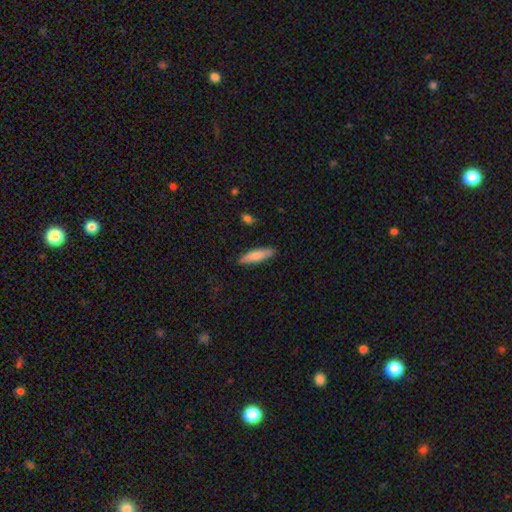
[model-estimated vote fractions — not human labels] Q: Smooth or featured?
A: smooth (77%); runner-up: featured or disk (17%)
Q: How rounded?
A: cigar-shaped (70%); runner-up: in between (28%)
Q: Merging?
A: none (88%); runner-up: minor disturbance (9%)